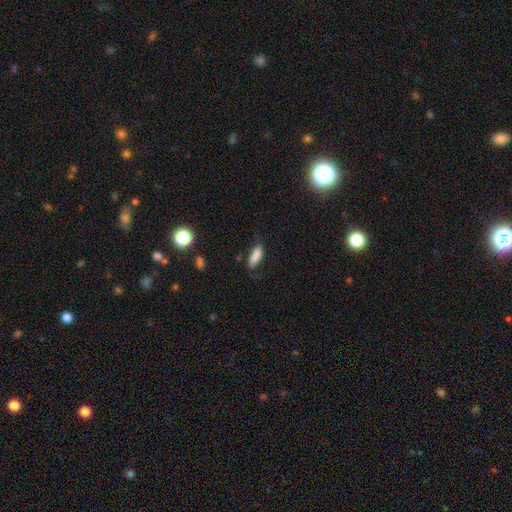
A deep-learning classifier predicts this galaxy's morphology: smooth-or-featured: smooth: 82% | featured or disk: 10% | star or artifact: 8%
  how-rounded: in between: 61% | cigar-shaped: 36% | round: 3%
  merging: none: 59% | minor disturbance: 29% | major disturbance: 9% | merger: 3%